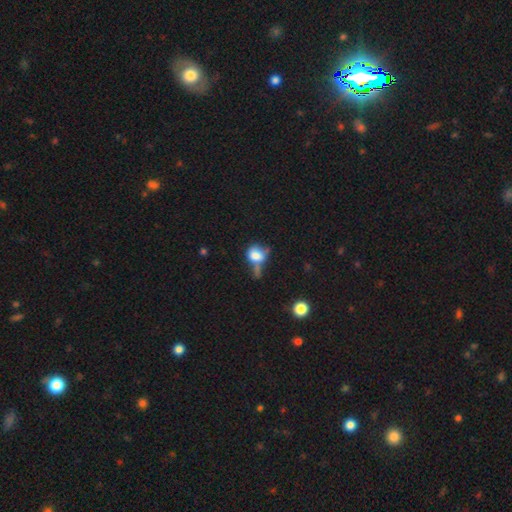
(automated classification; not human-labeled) This appears to be a smooth galaxy with no disk features (67%) that is round (49%). Merging: major disturbance (28%).